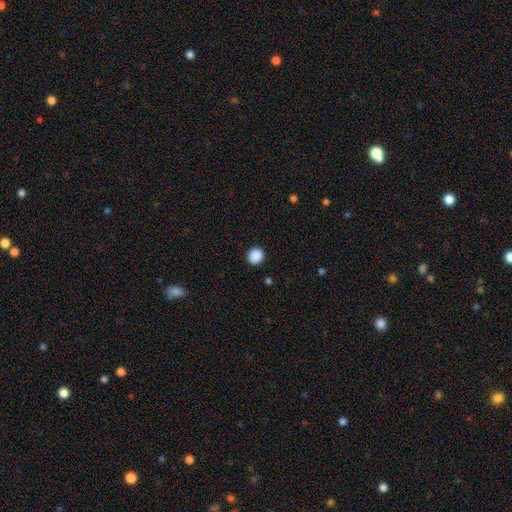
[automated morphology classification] Smooth or featured? smooth (89%)
How rounded? round (88%)
Merging? none (92%)